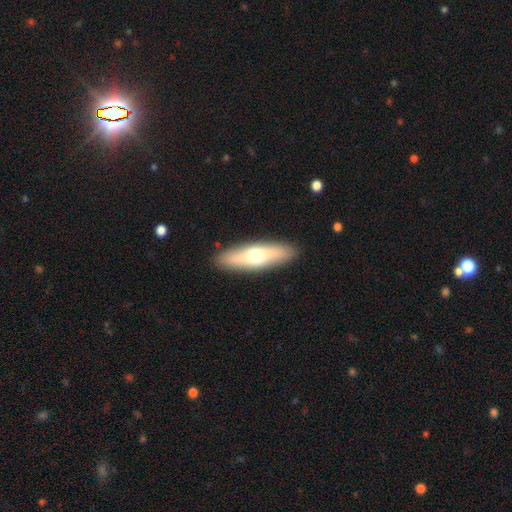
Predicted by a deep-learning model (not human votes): Q: Smooth or featured?
A: smooth (58%); runner-up: featured or disk (36%)
Q: How rounded?
A: cigar-shaped (57%); runner-up: in between (41%)
Q: Merging?
A: none (90%); runner-up: minor disturbance (7%)